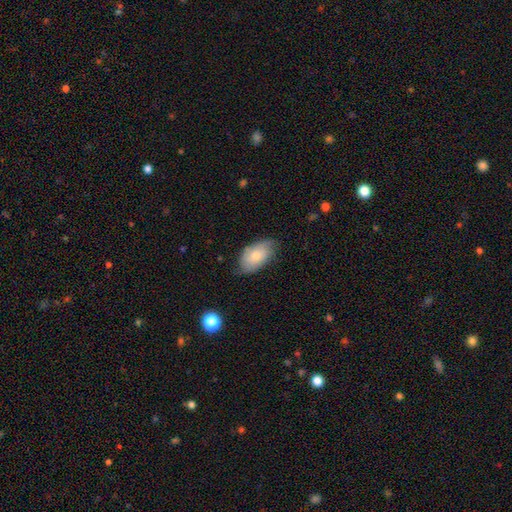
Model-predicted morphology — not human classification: Smooth or featured? smooth (68%)
How rounded? in between (93%)
Merging? none (65%)